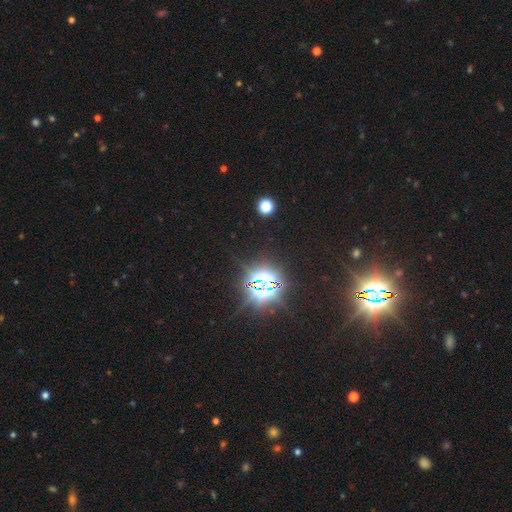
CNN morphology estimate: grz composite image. It shows a star or artifact, not a galaxy (81%).